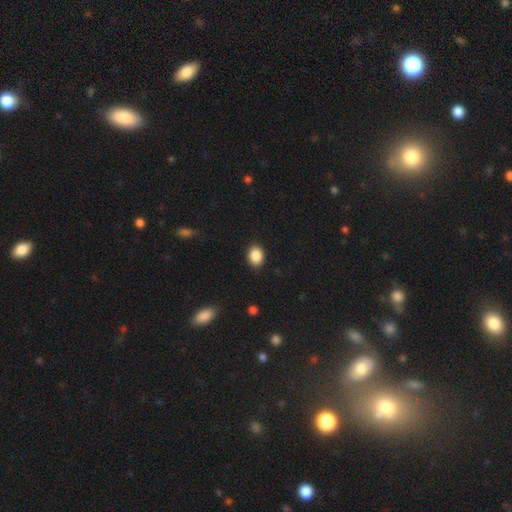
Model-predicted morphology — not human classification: Smooth or featured? Predicted: smooth (p=0.88). How rounded? Predicted: in between (p=0.67). Merging? Predicted: none (p=0.87).